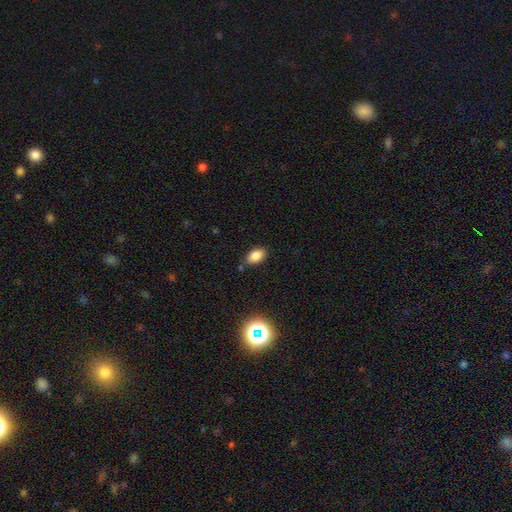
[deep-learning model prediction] Overall: smooth (82%). How rounded: in between (89%). Merging: none (80%).